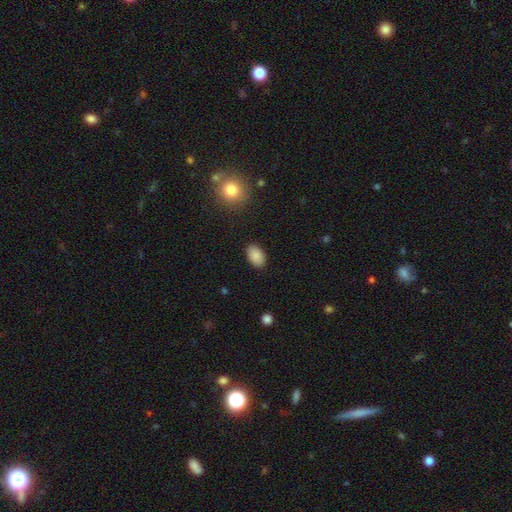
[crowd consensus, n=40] Smooth or featured? 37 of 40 (92%) said smooth. How rounded? 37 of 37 (100%) said in between. Merging? 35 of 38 (92%) said none.